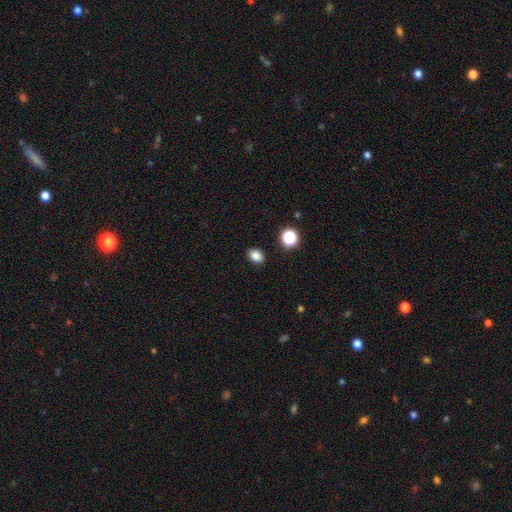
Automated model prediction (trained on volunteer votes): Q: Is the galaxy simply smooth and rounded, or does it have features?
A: smooth — 84%.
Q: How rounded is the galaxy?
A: in between — 68%.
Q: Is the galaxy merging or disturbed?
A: none — 88%.